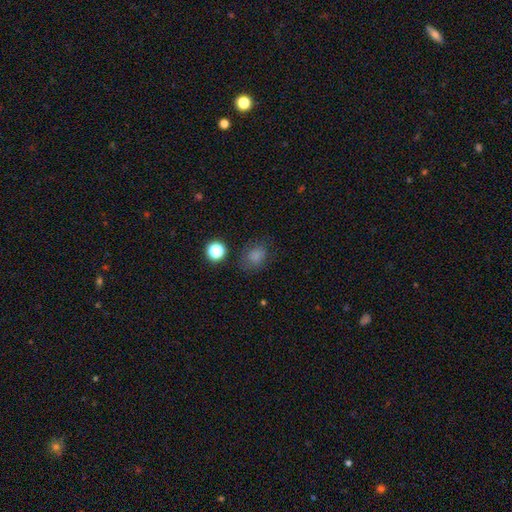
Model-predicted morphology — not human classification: smooth-or-featured: smooth: 79% | star or artifact: 15% | featured or disk: 7%
  how-rounded: round: 50% | in between: 49% | cigar-shaped: 1%
  merging: none: 72% | minor disturbance: 18% | major disturbance: 7% | merger: 3%